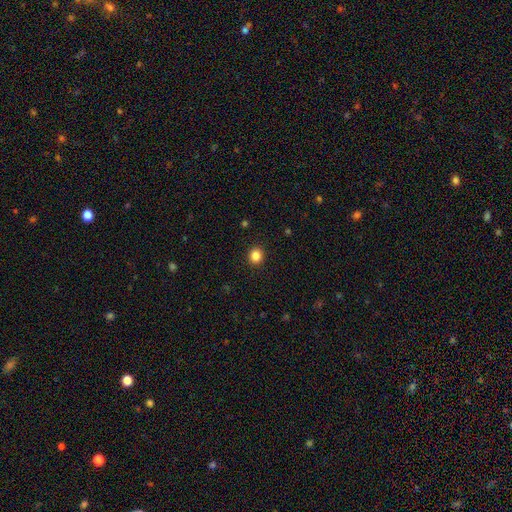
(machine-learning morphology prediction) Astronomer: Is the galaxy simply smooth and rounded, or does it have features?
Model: smooth — 84%.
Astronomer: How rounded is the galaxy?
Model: round — 84%.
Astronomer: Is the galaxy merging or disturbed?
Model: none — 92%.